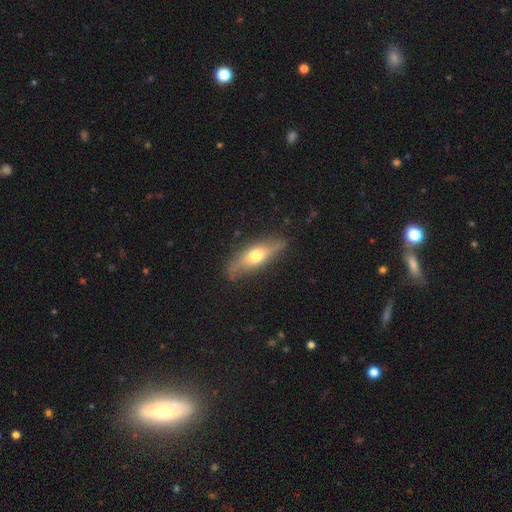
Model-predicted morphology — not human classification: This is possibly a featured or disk galaxy (51%). It is likely viewed edge-on (76%). Merging: clearly none (80%).